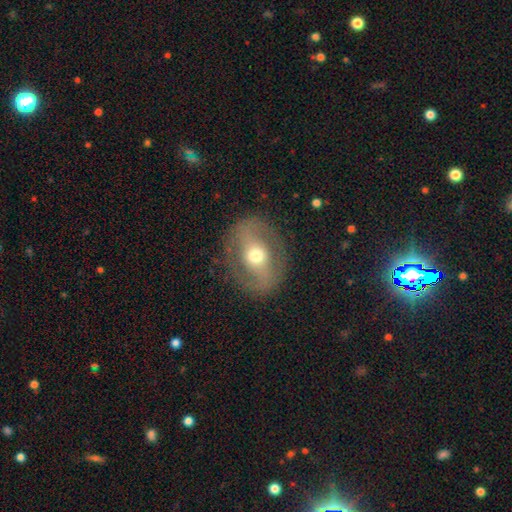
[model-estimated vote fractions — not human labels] This appears to be a featured or disk galaxy (61%) with no bar (36%), spiral arms (51%) and a moderate central bulge (69%). Merging: none (82%).